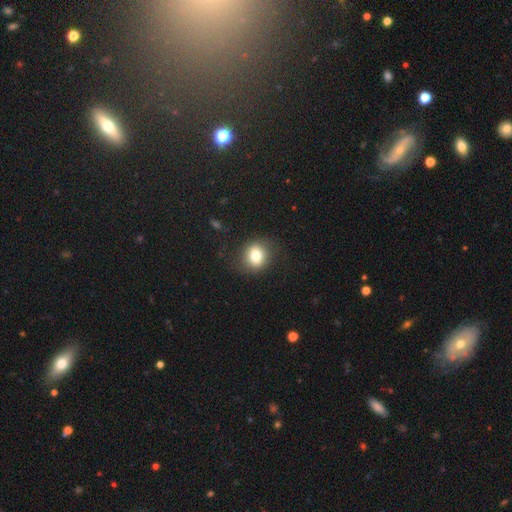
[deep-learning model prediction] Q: Smooth or featured?
A: smooth (78%); runner-up: featured or disk (13%)
Q: How rounded?
A: round (67%); runner-up: in between (32%)
Q: Merging?
A: none (79%); runner-up: minor disturbance (14%)